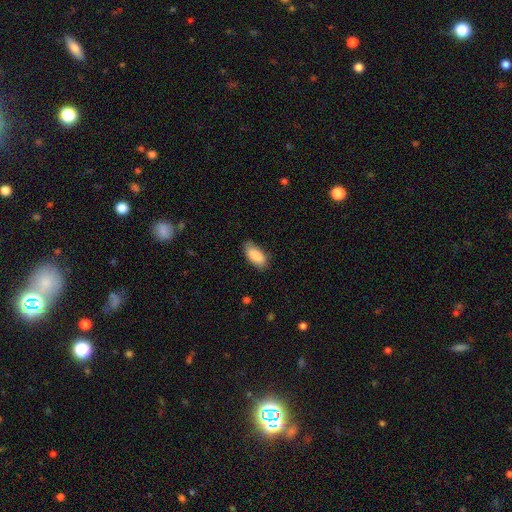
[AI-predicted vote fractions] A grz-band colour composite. It shows a smooth galaxy with no disk features (87%) that is in between round and cigar-shaped (89%). Merging: none (76%).